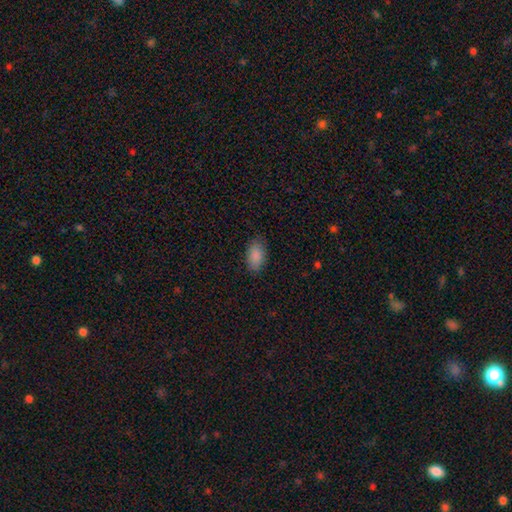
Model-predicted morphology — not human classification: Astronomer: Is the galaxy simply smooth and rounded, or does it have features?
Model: smooth — 89%.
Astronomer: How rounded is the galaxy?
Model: in between — 93%.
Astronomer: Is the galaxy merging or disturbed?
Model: none — 84%.